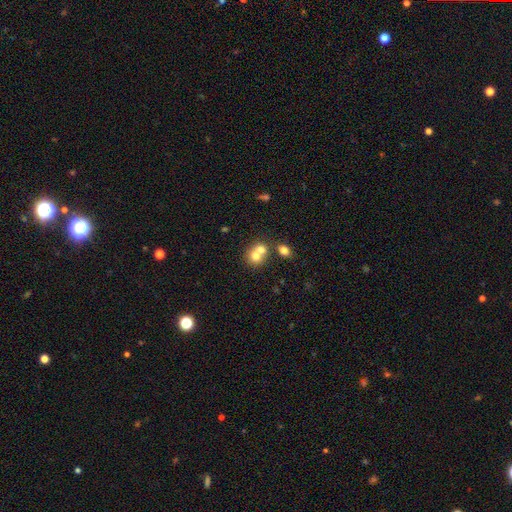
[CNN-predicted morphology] Smooth or featured? smooth (70%)
How rounded? round (75%)
Merging? merger (59%)